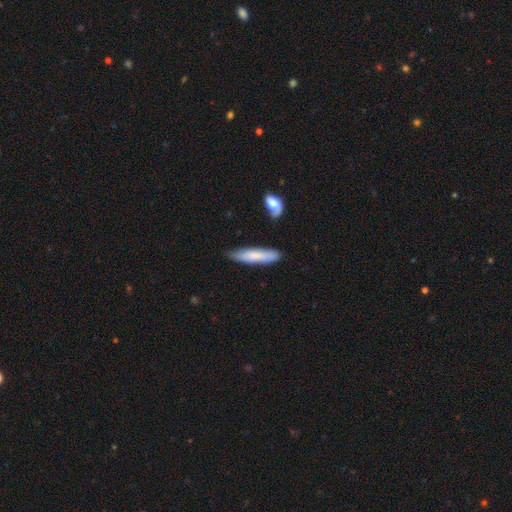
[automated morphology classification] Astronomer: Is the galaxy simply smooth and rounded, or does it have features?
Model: smooth — 75%.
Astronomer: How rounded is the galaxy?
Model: cigar-shaped — 81%.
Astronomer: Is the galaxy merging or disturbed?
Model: none — 73%.